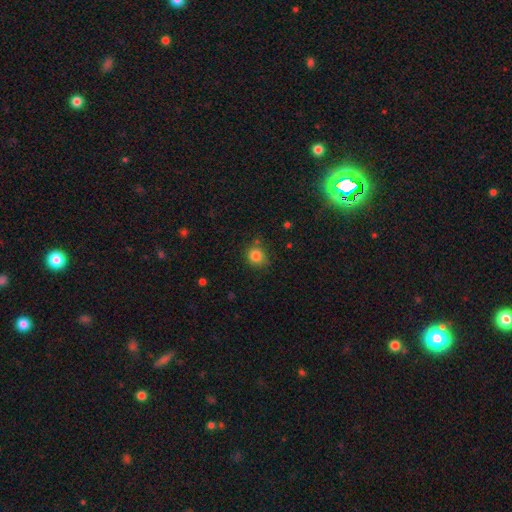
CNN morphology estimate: smooth_or_featured: smooth (p=0.84) [alt: star or artifact p=0.11]
how_rounded: round (p=0.87) [alt: in between p=0.12]
merging: none (p=0.74) [alt: minor disturbance p=0.18]